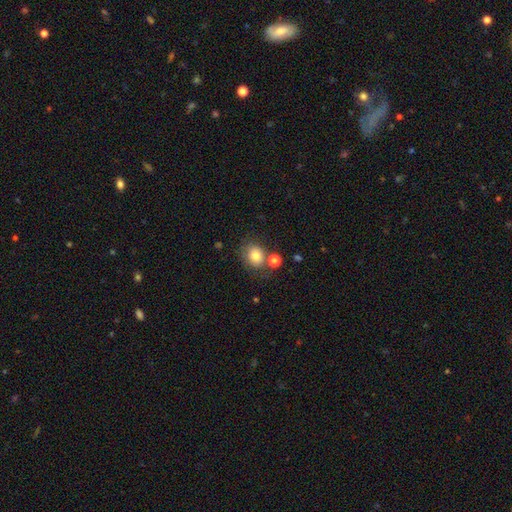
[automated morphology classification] Smooth or featured? smooth (79%)
How rounded? round (64%)
Merging? none (66%)